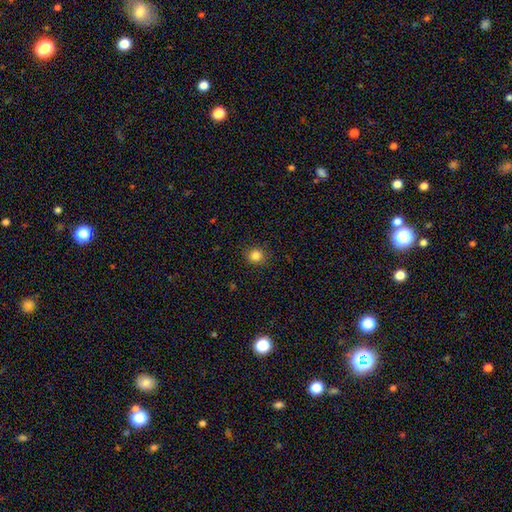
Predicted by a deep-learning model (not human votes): smooth 84%, star or artifact 12%, featured or disk 4%. Down the decision tree: how rounded — round (85%); merging — none (89%).